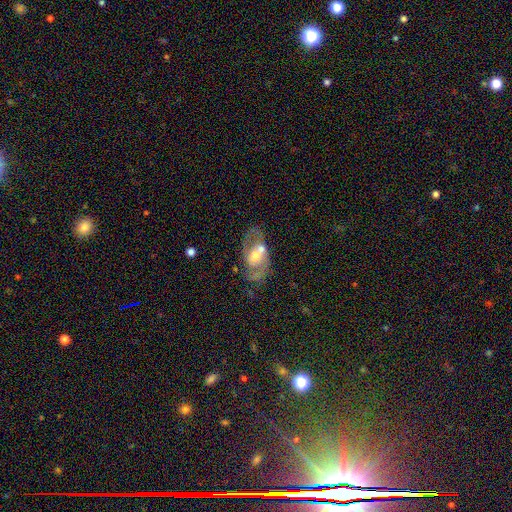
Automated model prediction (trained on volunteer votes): smooth-or-featured: featured or disk: 72% | smooth: 21% | star or artifact: 7%
  disk-edge-on: no: 94% | yes: 6%
    bar: no: 58% | weak: 31% | strong: 11%
    has-spiral-arms: yes: 69% | no: 31%
    bulge-size: moderate: 61% | small: 26% | large: 10% | none: 2% | dominant: 1%
  merging: none: 50% | merger: 21% | minor disturbance: 18% | major disturbance: 12%